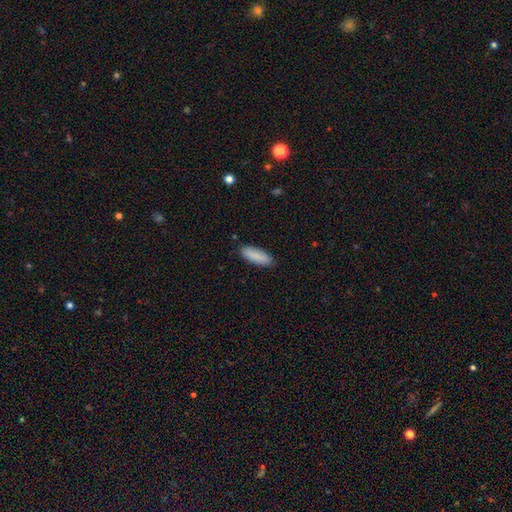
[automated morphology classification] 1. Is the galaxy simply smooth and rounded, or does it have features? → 88% smooth, 6% featured or disk, 6% star or artifact.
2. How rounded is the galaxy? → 57% in between, 42% cigar-shaped, 2% round.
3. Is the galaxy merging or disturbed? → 88% none, 9% minor disturbance, 2% major disturbance, 1% merger.